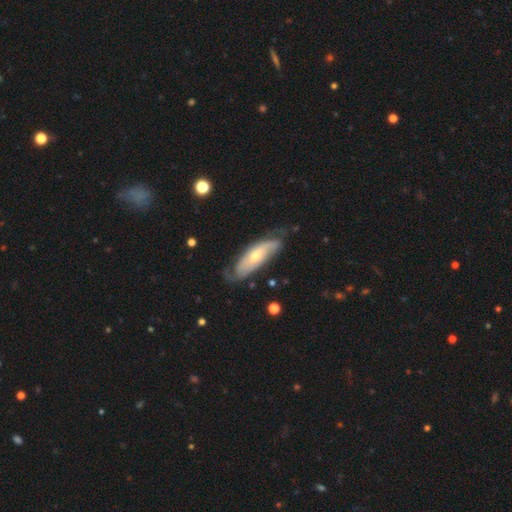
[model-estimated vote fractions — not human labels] The model was most divided on "bulge size": moderate: 49%, small: 46%, large: 3%, none: 1%, dominant: 1%. More confident: spiral arms — yes (84%); edge-on disk — no (79%); bar — no (69%); smooth or featured — featured or disk (68%); merging — none (64%).